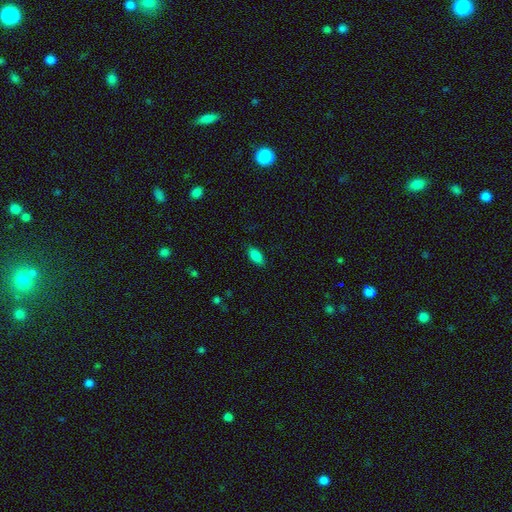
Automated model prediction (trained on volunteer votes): Q: Smooth or featured?
A: smooth (85%); runner-up: star or artifact (8%)
Q: How rounded?
A: in between (87%); runner-up: cigar-shaped (11%)
Q: Merging?
A: none (85%); runner-up: minor disturbance (11%)